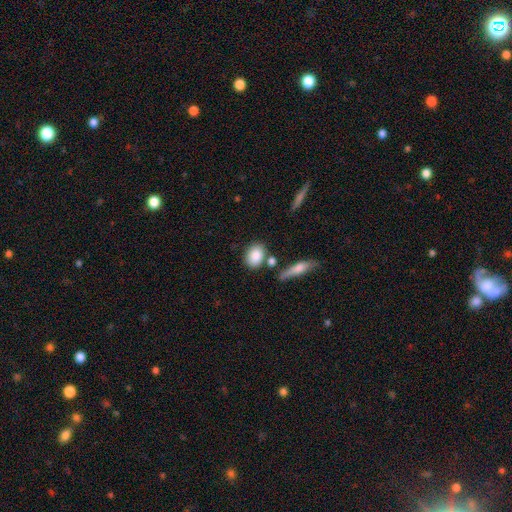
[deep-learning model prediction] This appears to be a smooth galaxy with no disk features (85%) that is in between round and cigar-shaped (63%). Merging: none (69%).